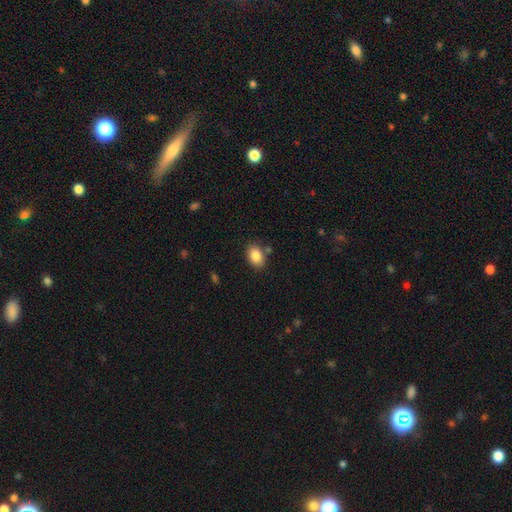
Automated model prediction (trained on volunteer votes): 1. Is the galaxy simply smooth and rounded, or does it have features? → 87% smooth, 8% star or artifact, 5% featured or disk.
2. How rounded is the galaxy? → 84% in between, 15% round, 1% cigar-shaped.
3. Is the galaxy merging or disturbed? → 80% none, 12% minor disturbance, 5% merger, 3% major disturbance.